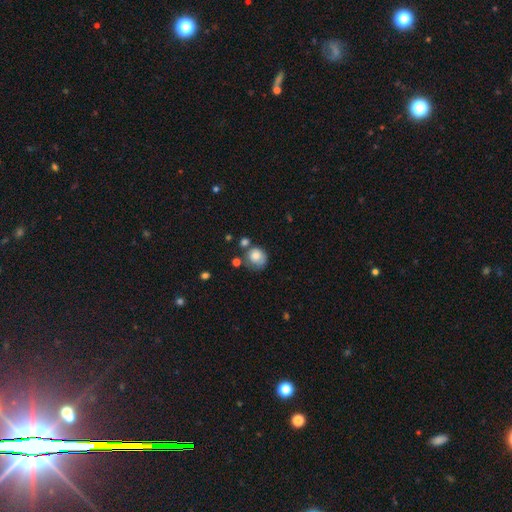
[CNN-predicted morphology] This is likely a smooth galaxy (77%). How rounded: clearly round (80%). Merging: possibly none (51%).